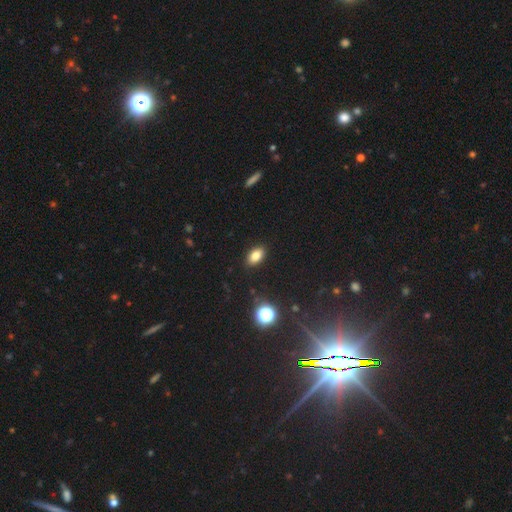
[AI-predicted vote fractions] Q: Smooth or featured?
A: smooth (81%); runner-up: star or artifact (12%)
Q: How rounded?
A: in between (89%); runner-up: round (8%)
Q: Merging?
A: none (89%); runner-up: minor disturbance (8%)